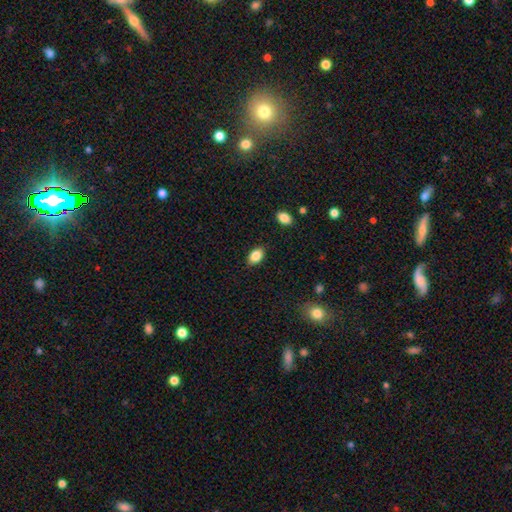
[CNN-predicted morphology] Smooth or featured? Predicted: smooth (p=0.85). How rounded? Predicted: in between (p=0.86). Merging? Predicted: none (p=0.87).